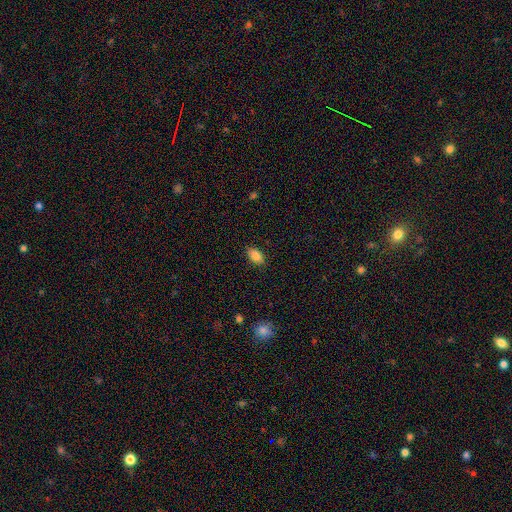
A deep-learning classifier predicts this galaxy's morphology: Smooth or featured?
  - smooth: 84% *
  - star or artifact: 8%
  - featured or disk: 7%
How rounded?
  - in between: 91% *
  - round: 5%
  - cigar-shaped: 4%
Merging?
  - none: 87% *
  - minor disturbance: 10%
  - major disturbance: 2%
  - merger: 1%